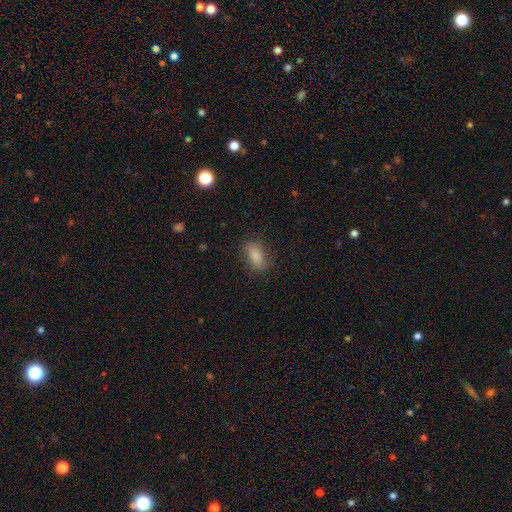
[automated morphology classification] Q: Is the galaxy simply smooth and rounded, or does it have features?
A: smooth — 85%.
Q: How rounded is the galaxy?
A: in between — 88%.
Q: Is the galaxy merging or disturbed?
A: none — 79%.